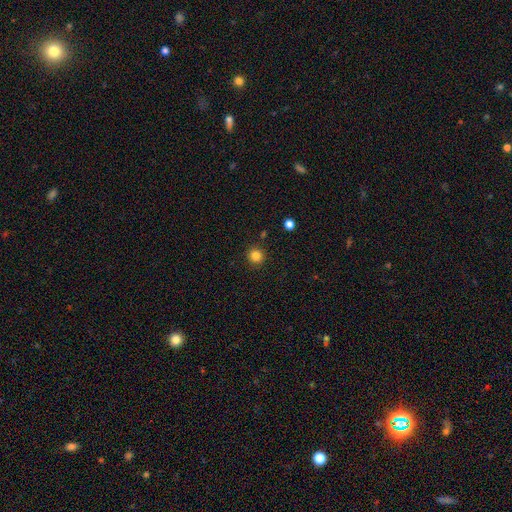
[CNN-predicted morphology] type=smooth (83%); roundness=round (94%); merging=none (91%).